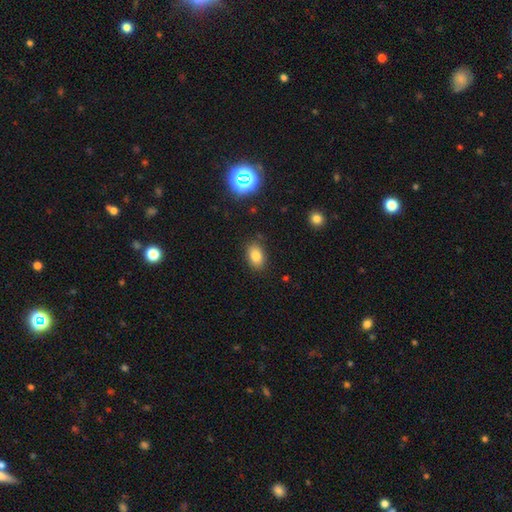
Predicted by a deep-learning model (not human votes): Smooth or featured: smooth — 81% (star or artifact — 11%)
How rounded: in between — 85% (round — 14%)
Merging: none — 84% (minor disturbance — 11%)